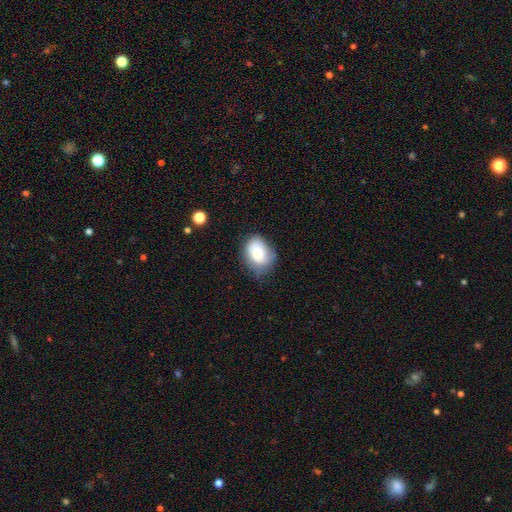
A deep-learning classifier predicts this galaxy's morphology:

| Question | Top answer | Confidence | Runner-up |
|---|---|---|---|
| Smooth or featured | smooth | 76% | featured or disk (17%) |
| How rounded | in between | 65% | round (34%) |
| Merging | none | 56% | minor disturbance (33%) |